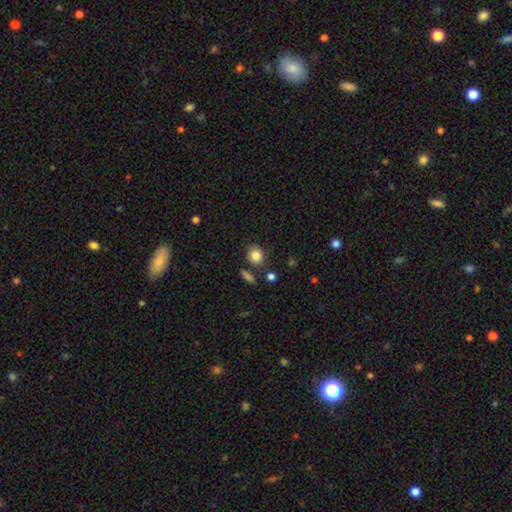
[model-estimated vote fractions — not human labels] A smooth galaxy with no disk features (85%) that is round (66%). Merging: none (76%).